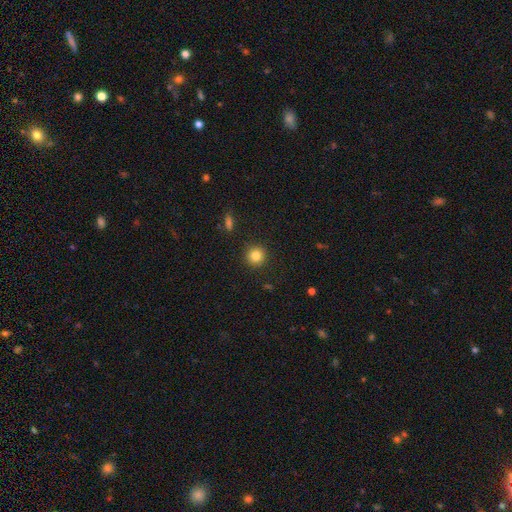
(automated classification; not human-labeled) Smooth or featured?
  - smooth: 83% *
  - star or artifact: 11%
  - featured or disk: 6%
How rounded?
  - round: 94% *
  - in between: 5%
  - cigar-shaped: 1%
Merging?
  - none: 91% *
  - minor disturbance: 6%
  - major disturbance: 2%
  - merger: 1%